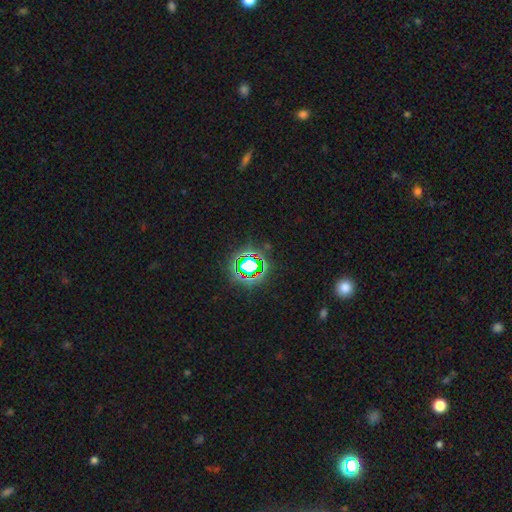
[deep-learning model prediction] Morphology: type=star or artifact (77%).